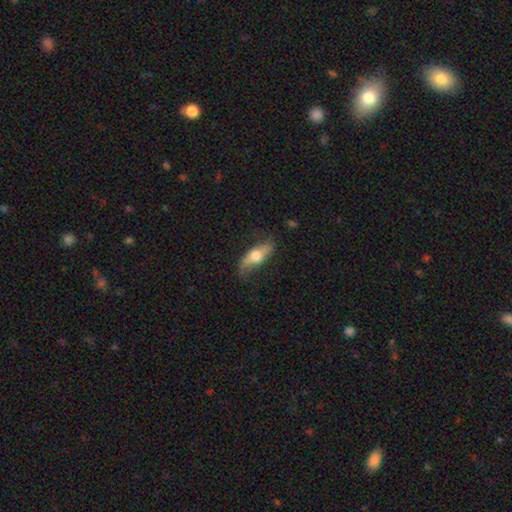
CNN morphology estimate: This appears to be a featured or disk galaxy (54%). Merging: none (70%).